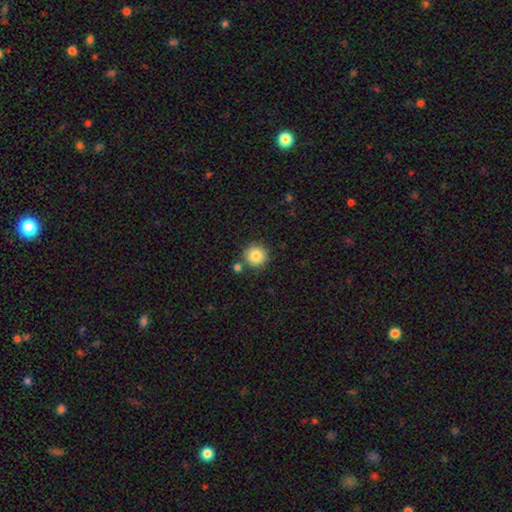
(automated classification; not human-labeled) Smooth or featured? Predicted: smooth (p=0.85). How rounded? Predicted: round (p=0.95). Merging? Predicted: none (p=0.82).